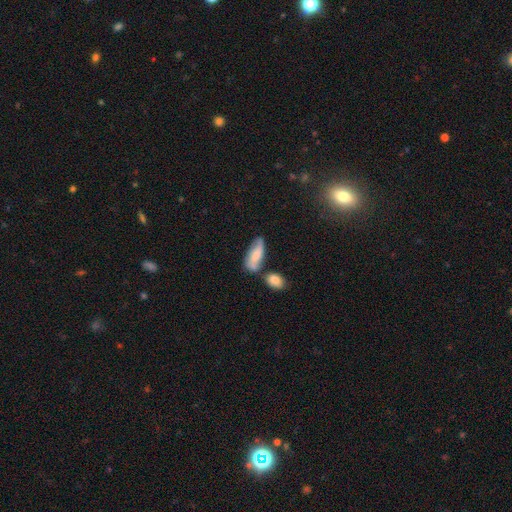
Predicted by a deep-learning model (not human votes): Smooth or featured?
  - smooth: 59% *
  - featured or disk: 33%
  - star or artifact: 8%
How rounded?
  - in between: 76% *
  - cigar-shaped: 21%
  - round: 3%
Merging?
  - none: 46% *
  - merger: 24%
  - minor disturbance: 22%
  - major disturbance: 8%